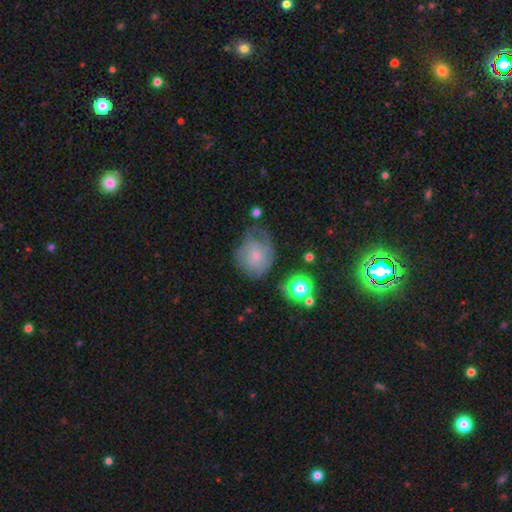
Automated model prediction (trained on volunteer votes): Overall: featured or disk (51%; smooth 39%). Edge-on disk: no (97%). Merging: none (47%; minor disturbance 29%).